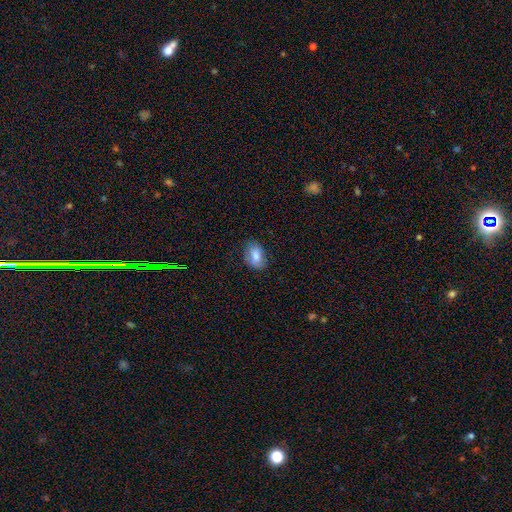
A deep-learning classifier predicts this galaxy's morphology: smooth_or_featured: smooth (p=0.78) [alt: featured or disk p=0.15]
how_rounded: in between (p=0.86) [alt: round p=0.13]
merging: none (p=0.74) [alt: minor disturbance p=0.20]